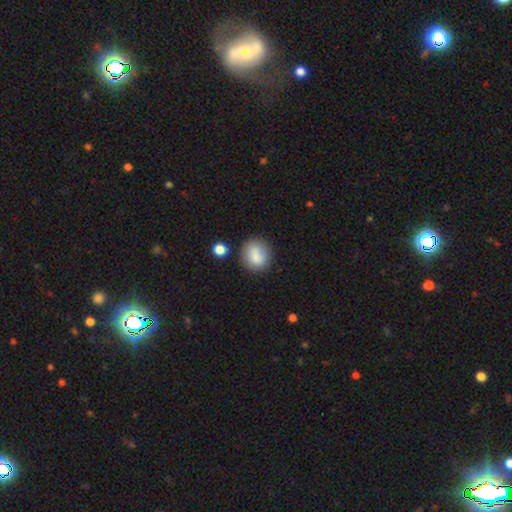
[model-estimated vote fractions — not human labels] A smooth galaxy with no disk features (81%) that is round (71%).

Vote fractions:
- Smooth or featured? smooth: 81% / featured or disk: 11% / star or artifact: 8%
- How rounded? round: 71% / in between: 28% / cigar-shaped: 1%
- Merging? none: 68% / minor disturbance: 17% / merger: 10% / major disturbance: 5%